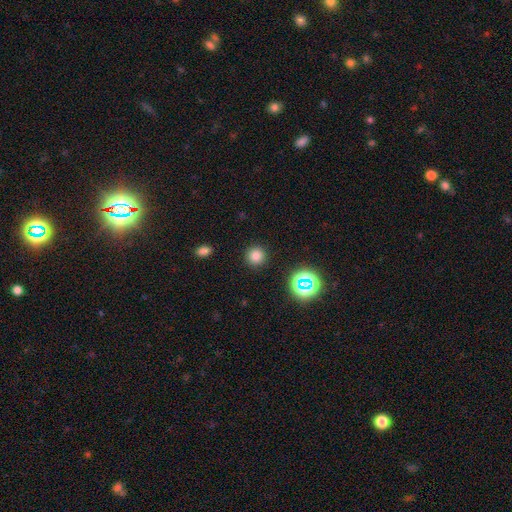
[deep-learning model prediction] Smooth or featured? Predicted: smooth (p=0.78). How rounded? Predicted: round (p=0.94). Merging? Predicted: none (p=0.90).